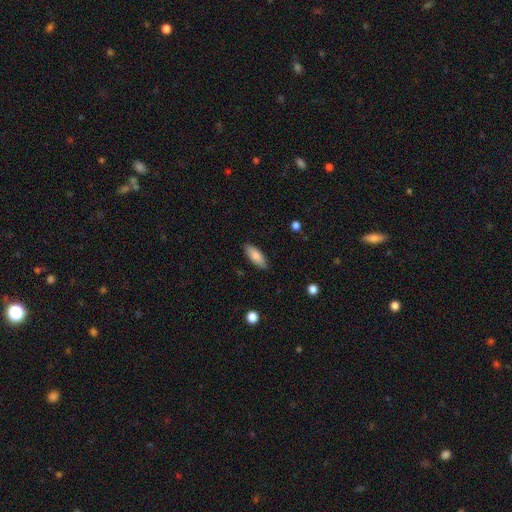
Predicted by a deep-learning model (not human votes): Q: Smooth or featured?
A: smooth (85%); runner-up: featured or disk (9%)
Q: How rounded?
A: in between (71%); runner-up: cigar-shaped (28%)
Q: Merging?
A: none (88%); runner-up: minor disturbance (9%)